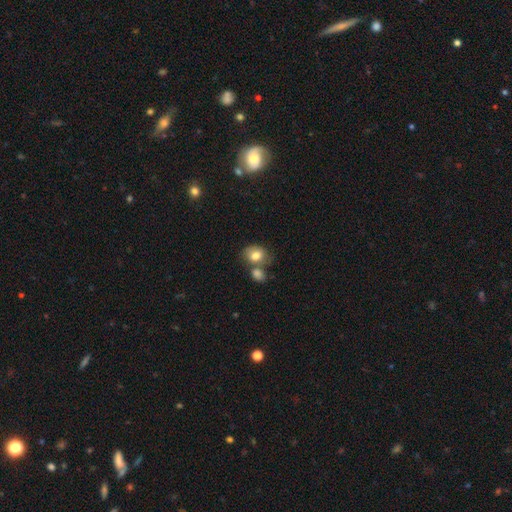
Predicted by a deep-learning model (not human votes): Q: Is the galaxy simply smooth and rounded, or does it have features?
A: smooth — 78%.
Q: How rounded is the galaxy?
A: in between — 56%.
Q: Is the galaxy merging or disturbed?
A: none — 41%.